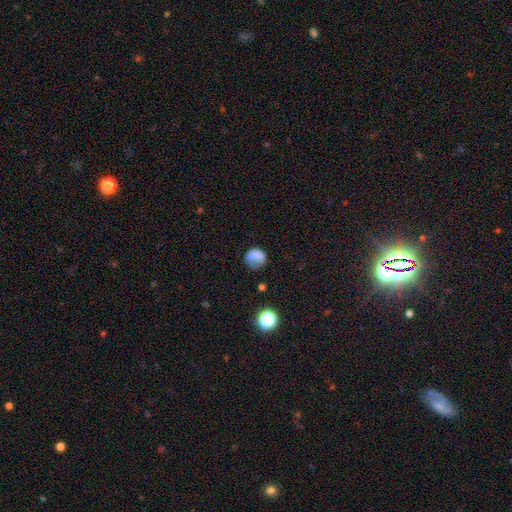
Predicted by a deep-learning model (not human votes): A smooth galaxy with no disk features (75%) that is round (72%).

Vote fractions:
- Smooth or featured? smooth: 75% / featured or disk: 13% / star or artifact: 12%
- How rounded? round: 72% / in between: 27% / cigar-shaped: 1%
- Merging? none: 49% / minor disturbance: 27% / major disturbance: 21% / merger: 3%